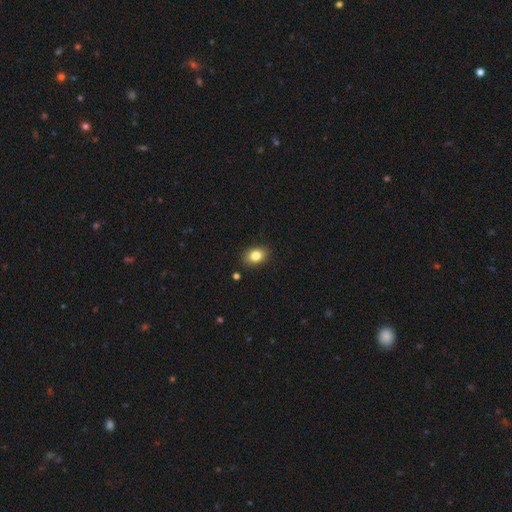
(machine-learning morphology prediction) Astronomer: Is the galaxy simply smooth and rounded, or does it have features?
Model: smooth — 83%.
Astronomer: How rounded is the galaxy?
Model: in between — 70%.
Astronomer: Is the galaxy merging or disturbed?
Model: none — 88%.